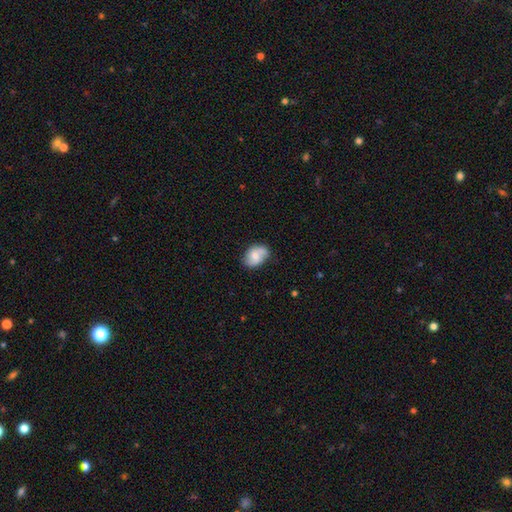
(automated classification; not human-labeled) Smooth or featured? smooth (60%)
How rounded? in between (77%)
Merging? none (70%)